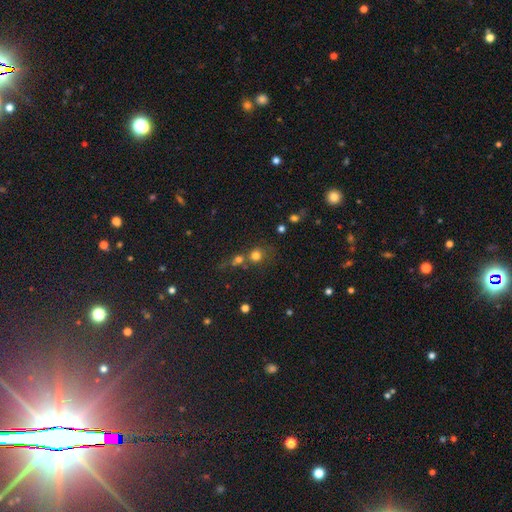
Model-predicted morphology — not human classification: Overall: smooth (72%). How rounded: round (87%). Merging: none (52%; merger 34%).